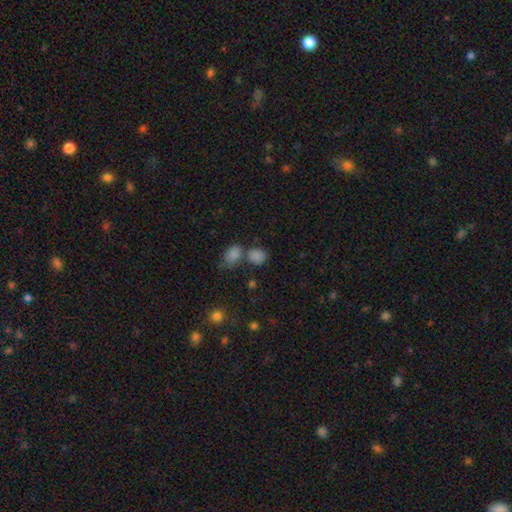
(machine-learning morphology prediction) A smooth galaxy with no disk features (78%) that is round (51%). Merging: none (51%).